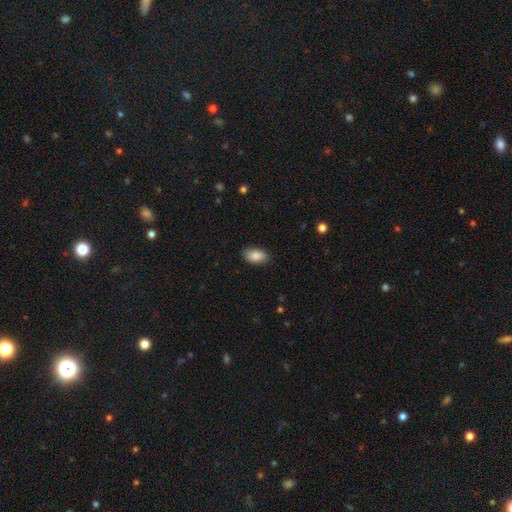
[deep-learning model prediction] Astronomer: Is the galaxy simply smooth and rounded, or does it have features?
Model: smooth — 89%.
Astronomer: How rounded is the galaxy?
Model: in between — 93%.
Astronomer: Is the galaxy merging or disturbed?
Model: none — 86%.